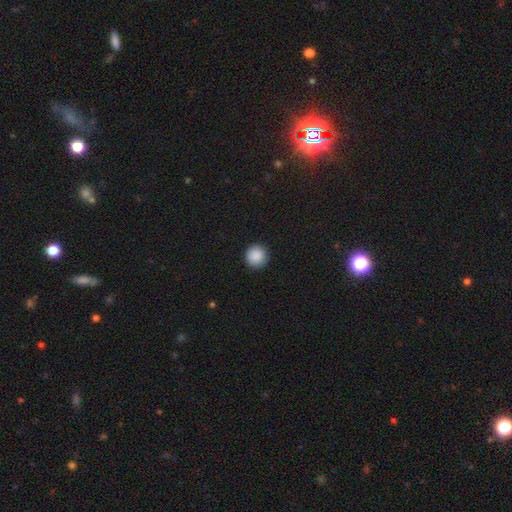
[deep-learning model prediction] smooth-or-featured: smooth: 89% | star or artifact: 8% | featured or disk: 2%
  how-rounded: round: 95% | in between: 4% | cigar-shaped: 1%
  merging: none: 92% | minor disturbance: 5% | major disturbance: 2% | merger: 1%